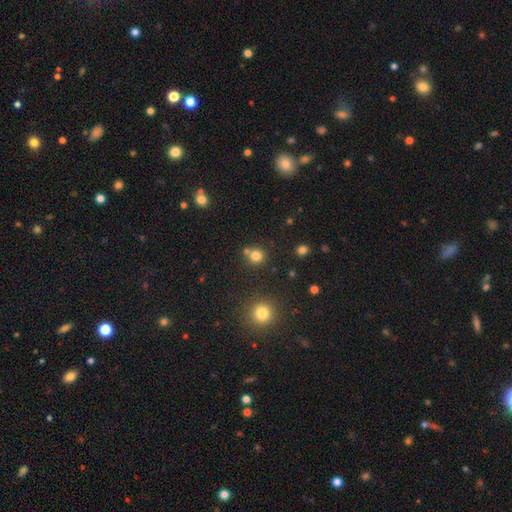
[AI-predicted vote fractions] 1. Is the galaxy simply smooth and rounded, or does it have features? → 79% smooth, 14% star or artifact, 7% featured or disk.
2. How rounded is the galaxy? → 88% round, 11% in between, 1% cigar-shaped.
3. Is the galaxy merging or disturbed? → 67% none, 21% merger, 9% minor disturbance, 3% major disturbance.